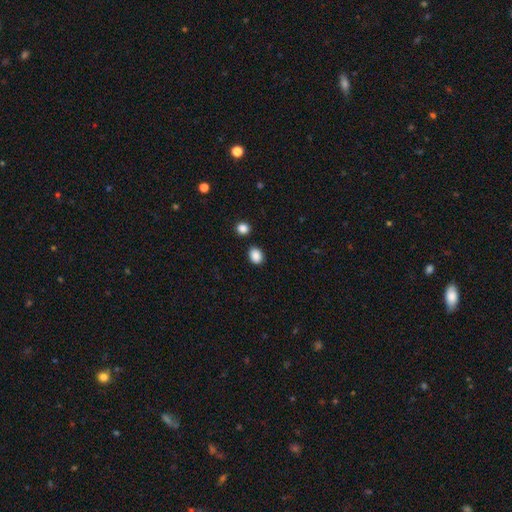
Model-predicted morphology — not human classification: Smooth or featured? Predicted: smooth (p=0.88). How rounded? Predicted: in between (p=0.56). Merging? Predicted: none (p=0.85).